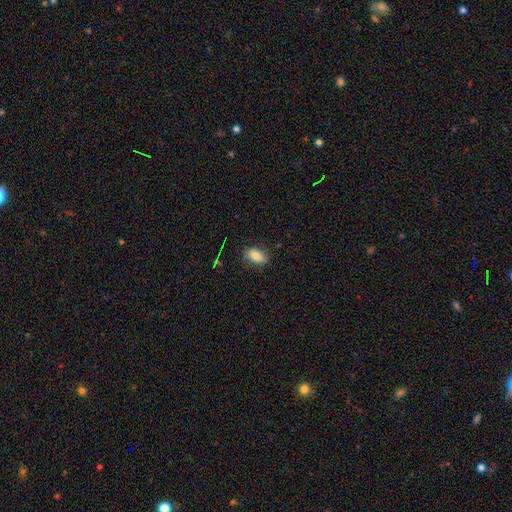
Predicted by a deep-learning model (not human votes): Q: Smooth or featured?
A: smooth (76%); runner-up: featured or disk (15%)
Q: How rounded?
A: in between (88%); runner-up: round (9%)
Q: Merging?
A: none (80%); runner-up: minor disturbance (15%)